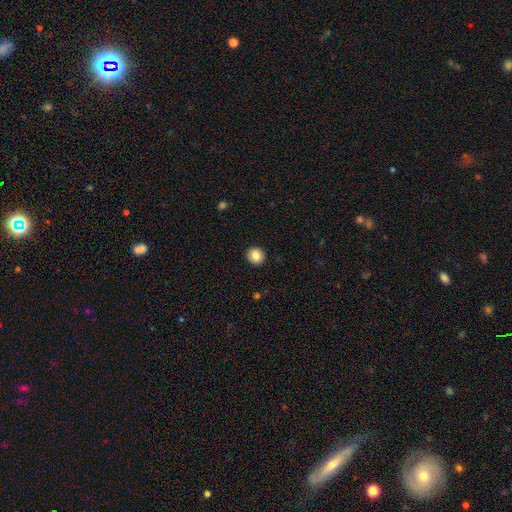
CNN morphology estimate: A smooth galaxy with no disk features (84%) that is round (91%). Merging: none (93%).